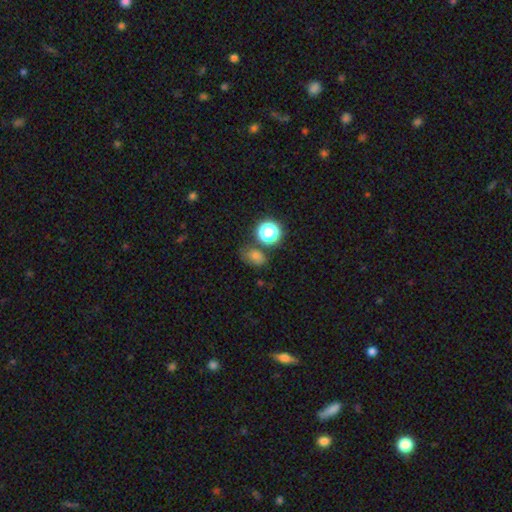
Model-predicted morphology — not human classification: smooth-or-featured: smooth: 65% | star or artifact: 25% | featured or disk: 10%
  how-rounded: in between: 61% | round: 37% | cigar-shaped: 2%
  merging: none: 65% | minor disturbance: 17% | merger: 11% | major disturbance: 6%